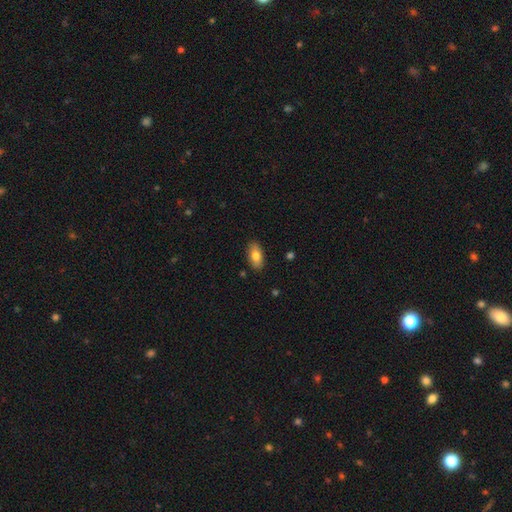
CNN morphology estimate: This is likely a smooth galaxy (79%). How rounded: clearly in between (92%). Merging: clearly none (87%).